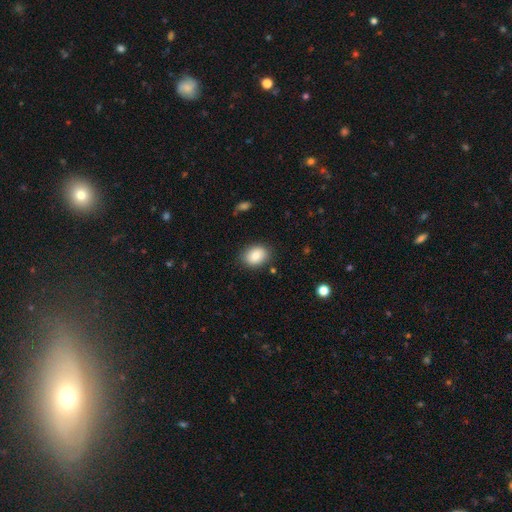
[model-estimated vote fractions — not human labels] smooth 84%, featured or disk 8%, star or artifact 8%. Down the decision tree: how rounded — in between (67%); merging — none (85%).